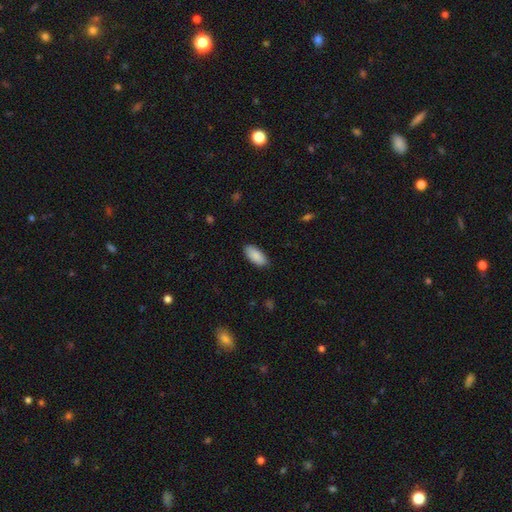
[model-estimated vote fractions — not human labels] Smooth or featured? Predicted: smooth (p=0.90). How rounded? Predicted: in between (p=0.91). Merging? Predicted: none (p=0.87).